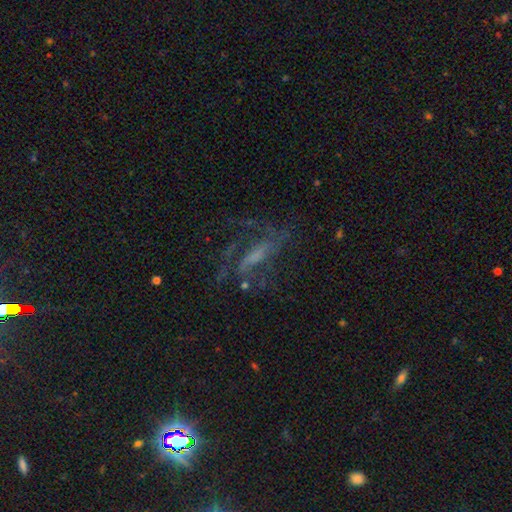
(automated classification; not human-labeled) Q: Smooth or featured?
A: featured or disk (68%); runner-up: smooth (16%)
Q: Edge-on disk?
A: no (84%); runner-up: yes (16%)
Q: Bar?
A: weak (37%); runner-up: no (33%)
Q: Spiral arms?
A: yes (78%); runner-up: no (22%)
Q: Bulge size?
A: none (39%); runner-up: small (29%)
Q: Merging?
A: none (52%); runner-up: major disturbance (28%)